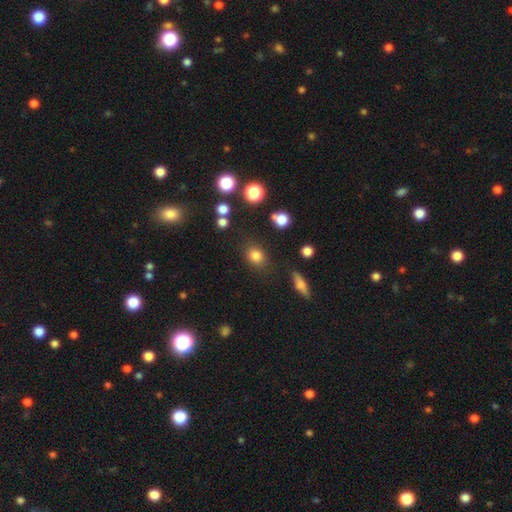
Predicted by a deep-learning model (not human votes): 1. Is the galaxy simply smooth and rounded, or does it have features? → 81% smooth, 13% star or artifact, 7% featured or disk.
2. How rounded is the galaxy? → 60% round, 38% in between, 2% cigar-shaped.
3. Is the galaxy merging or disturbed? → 80% none, 12% minor disturbance, 4% major disturbance, 4% merger.